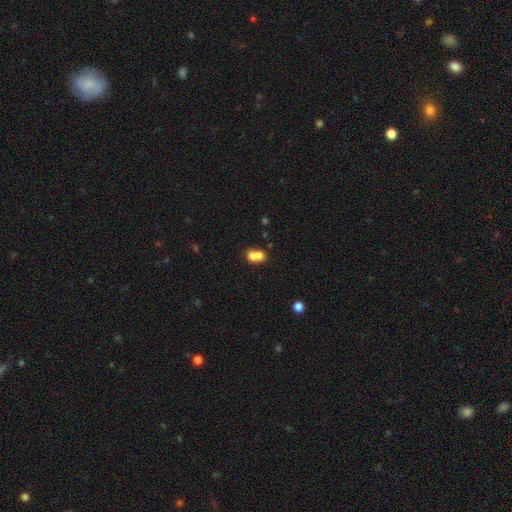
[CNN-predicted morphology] Smooth or featured: smooth — 70% (featured or disk — 19%)
How rounded: round — 56% (in between — 43%)
Merging: merger — 67% (none — 24%)